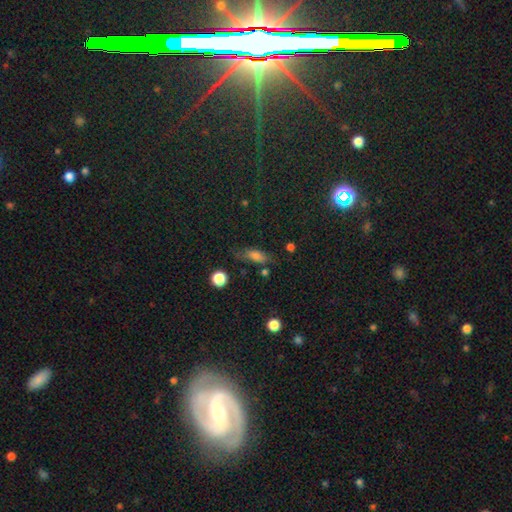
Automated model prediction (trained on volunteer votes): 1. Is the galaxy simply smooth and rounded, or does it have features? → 68% smooth, 16% featured or disk, 15% star or artifact.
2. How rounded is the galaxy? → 60% in between, 33% cigar-shaped, 7% round.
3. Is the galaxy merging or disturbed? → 63% none, 23% minor disturbance, 9% major disturbance, 5% merger.